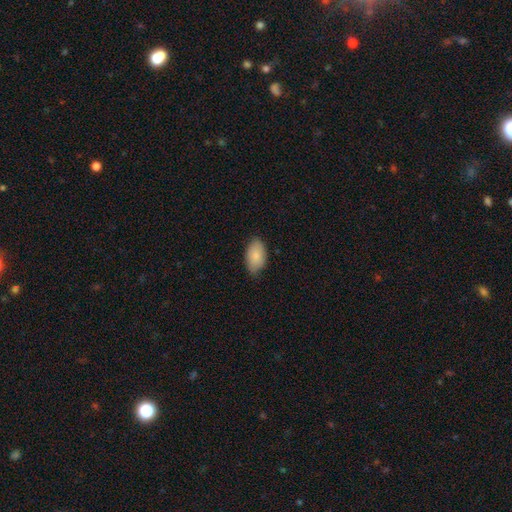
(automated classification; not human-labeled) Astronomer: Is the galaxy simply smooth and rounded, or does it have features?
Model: smooth — 86%.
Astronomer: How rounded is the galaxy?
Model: in between — 94%.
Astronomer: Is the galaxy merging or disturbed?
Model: none — 79%.